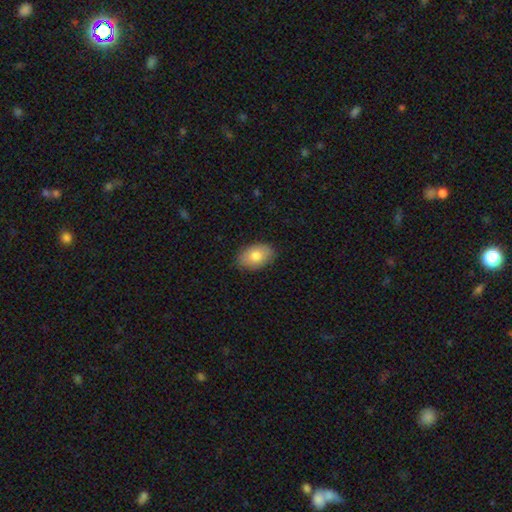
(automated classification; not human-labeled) Smooth or featured? smooth (79%)
How rounded? in between (89%)
Merging? none (86%)